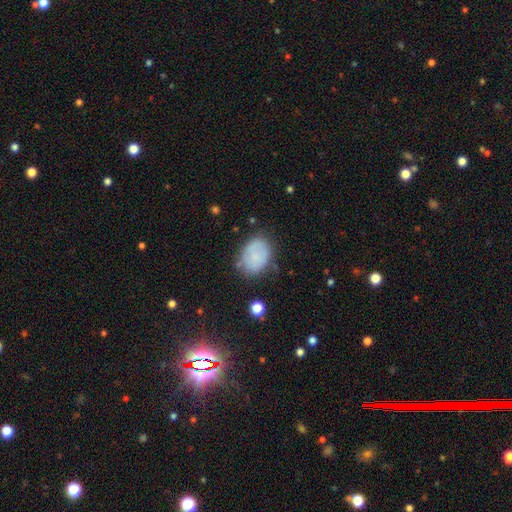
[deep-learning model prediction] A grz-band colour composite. It shows a smooth galaxy with no disk features (74%) that is in between round and cigar-shaped (71%). Merging: none (67%).